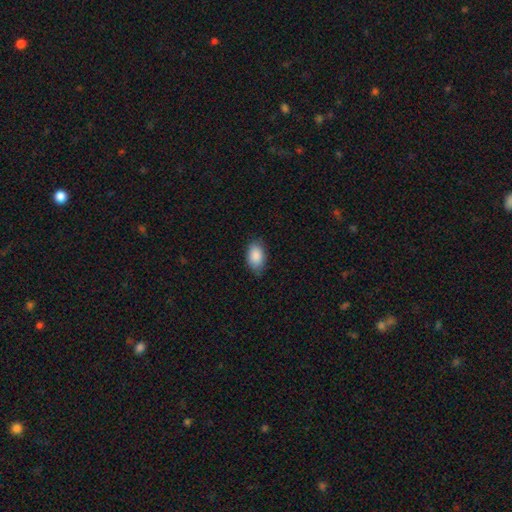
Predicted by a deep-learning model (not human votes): Smooth or featured: smooth — 89% (star or artifact — 6%)
How rounded: in between — 92% (round — 6%)
Merging: none — 81% (minor disturbance — 15%)